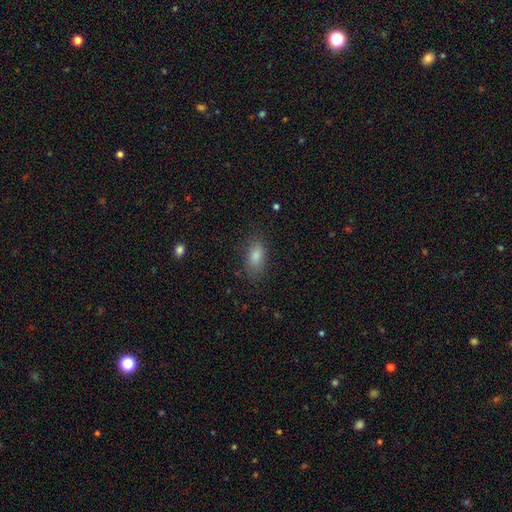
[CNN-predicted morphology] type=smooth (81%); roundness=in between (85%); merging=none (83%).